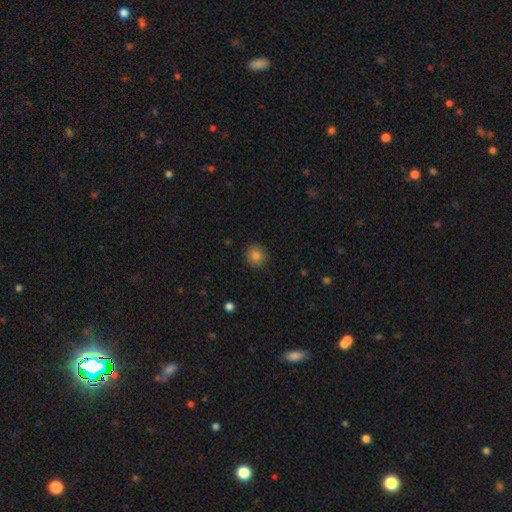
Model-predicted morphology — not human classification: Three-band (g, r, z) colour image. It shows a smooth galaxy with no disk features (83%) that is round (90%). Merging: none (90%).